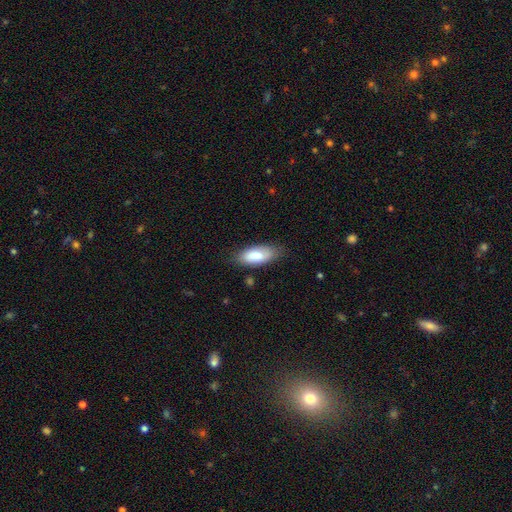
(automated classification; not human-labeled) Smooth or featured: smooth — 80% (featured or disk — 15%)
How rounded: in between — 86% (cigar-shaped — 12%)
Merging: none — 77% (minor disturbance — 18%)